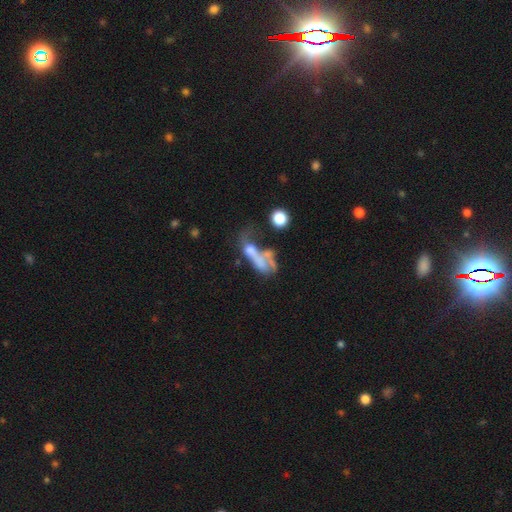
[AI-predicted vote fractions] smooth_or_featured: featured or disk (p=0.46) [alt: smooth p=0.38]
merging: merger (p=0.41) [alt: major disturbance p=0.35]